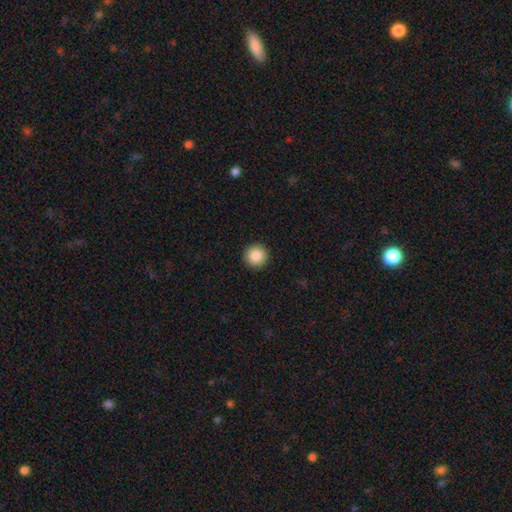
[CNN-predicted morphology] Overall: smooth (87%). How rounded: round (96%). Merging: none (93%).